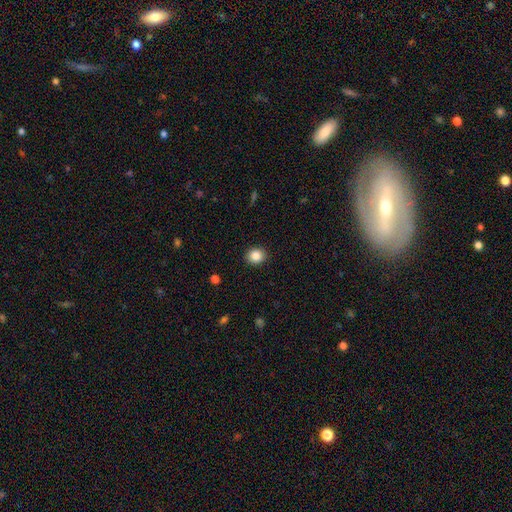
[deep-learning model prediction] Morphology: type=smooth (85%); roundness=round (73%); merging=none (91%).